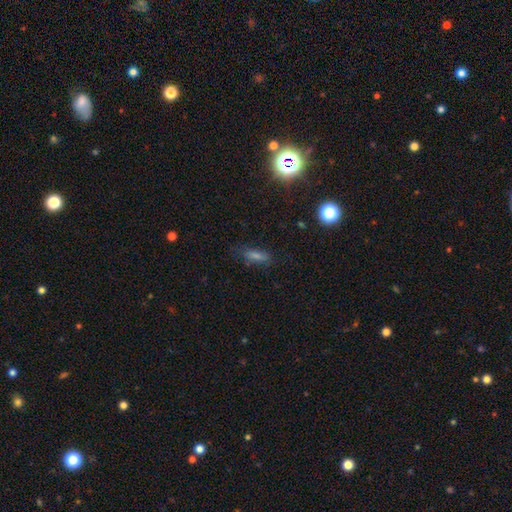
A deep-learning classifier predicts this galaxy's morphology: type=smooth (53%); roundness=in between (51%); merging=none (76%).